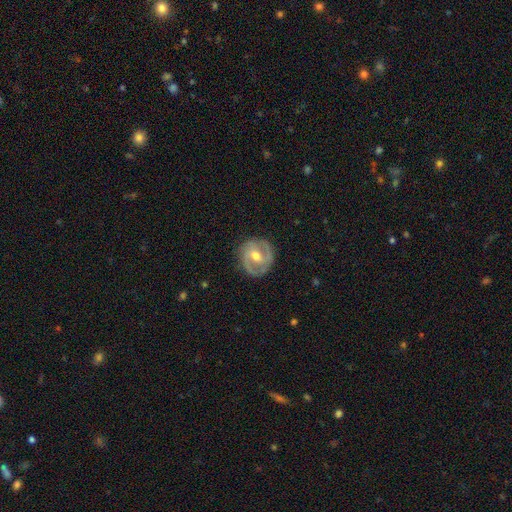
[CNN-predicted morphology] Smooth or featured? Predicted: featured or disk (p=0.80). Edge-on disk? Predicted: no (p=0.97). Bar? Predicted: weak (p=0.50). Spiral arms? Predicted: yes (p=0.90). Spiral winding? Predicted: medium (p=0.47). Spiral arm count? Predicted: 2 (p=0.79). Bulge size? Predicted: moderate (p=0.74). Merging? Predicted: none (p=0.83).